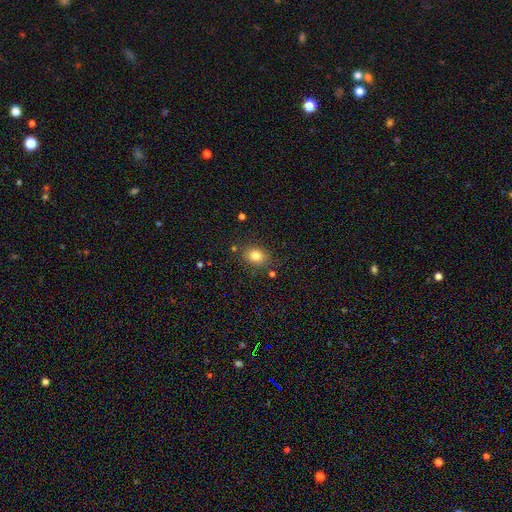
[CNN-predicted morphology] The model was most divided on "how rounded": in between: 58%, round: 41%, cigar-shaped: 1%. More confident: merging — none (82%); smooth or featured — smooth (81%).